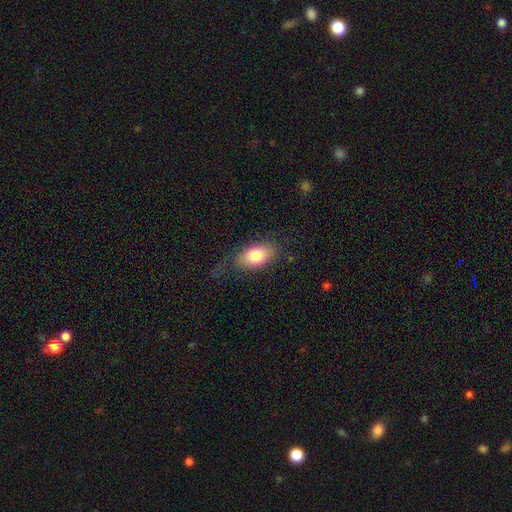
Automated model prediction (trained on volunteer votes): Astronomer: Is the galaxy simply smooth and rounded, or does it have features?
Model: smooth — 79%.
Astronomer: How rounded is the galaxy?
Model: in between — 90%.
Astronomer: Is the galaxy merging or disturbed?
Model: none — 68%.